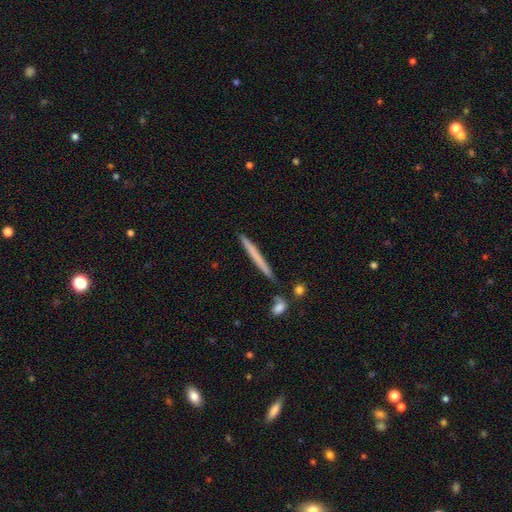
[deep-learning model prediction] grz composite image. It shows a smooth galaxy with no disk features (59%) that is cigar-shaped (97%). Merging: none (86%).